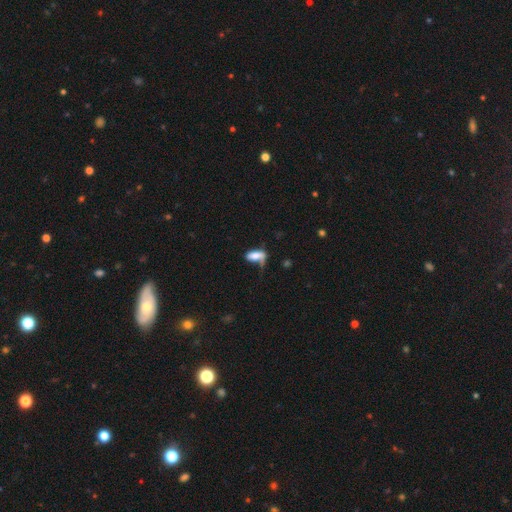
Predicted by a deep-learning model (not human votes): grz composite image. It shows a smooth galaxy with no disk features (69%) that is in between round and cigar-shaped (84%). Merging: major disturbance (34%).